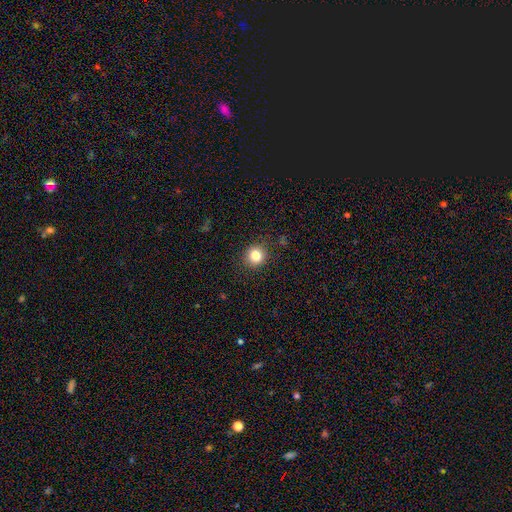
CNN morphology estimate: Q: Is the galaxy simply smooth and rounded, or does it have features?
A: smooth — 82%.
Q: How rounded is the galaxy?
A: round — 88%.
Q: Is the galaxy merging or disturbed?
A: none — 89%.